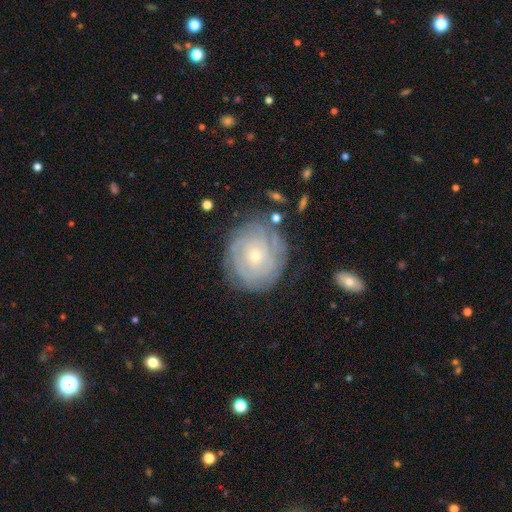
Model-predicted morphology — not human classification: This appears to be a featured or disk galaxy (79%) with no bar (84%), tight (85%) spiral arms (91%) and a small central bulge (74%). Merging: none (77%).